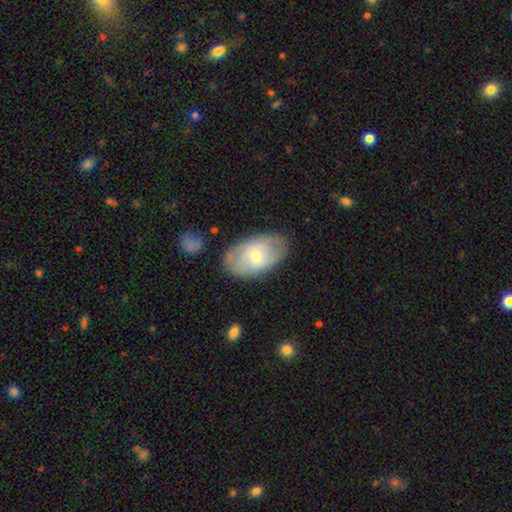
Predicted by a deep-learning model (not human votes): A smooth galaxy with no disk features (51%) that is in between round and cigar-shaped (90%). Merging: none (77%).